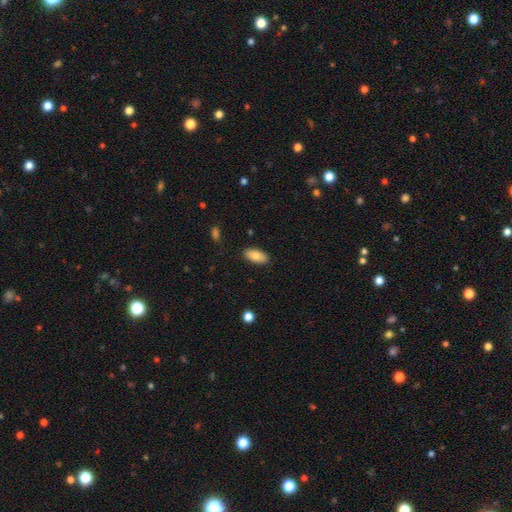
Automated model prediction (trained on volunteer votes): The model was most divided on "smooth or featured": smooth: 82%, featured or disk: 12%, star or artifact: 7%. More confident: how rounded — in between (92%); merging — none (86%).